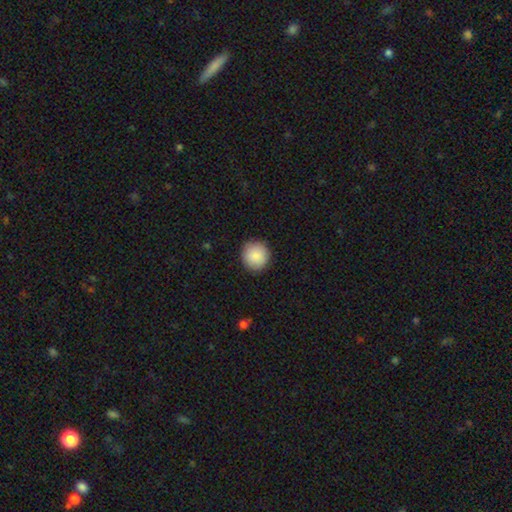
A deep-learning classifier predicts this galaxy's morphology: type=smooth (88%); roundness=round (94%); merging=none (90%).